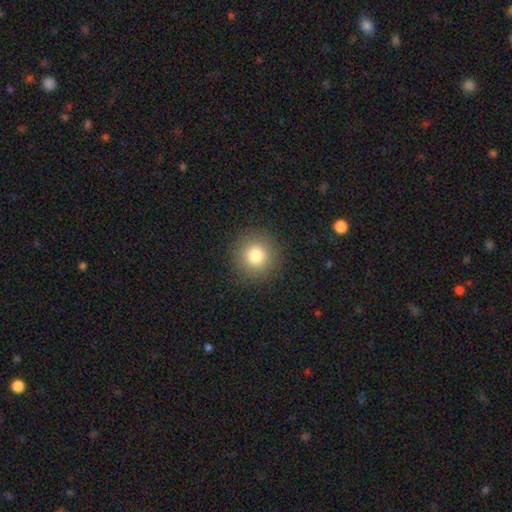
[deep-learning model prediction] The model was most divided on "smooth or featured": smooth: 80%, star or artifact: 12%, featured or disk: 8%. More confident: how rounded — round (95%); merging — none (91%).